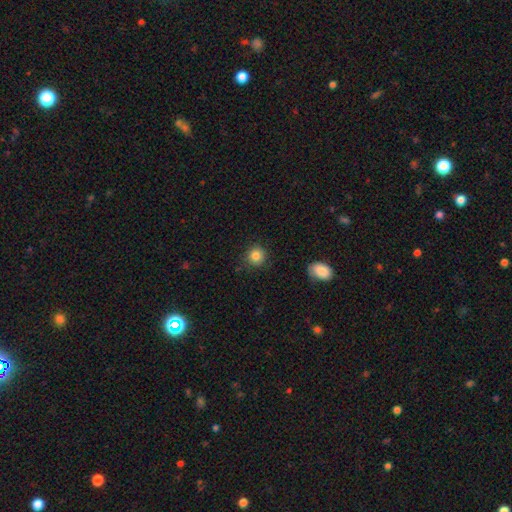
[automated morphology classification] Smooth or featured? Predicted: smooth (p=0.84). How rounded? Predicted: round (p=0.90). Merging? Predicted: none (p=0.85).